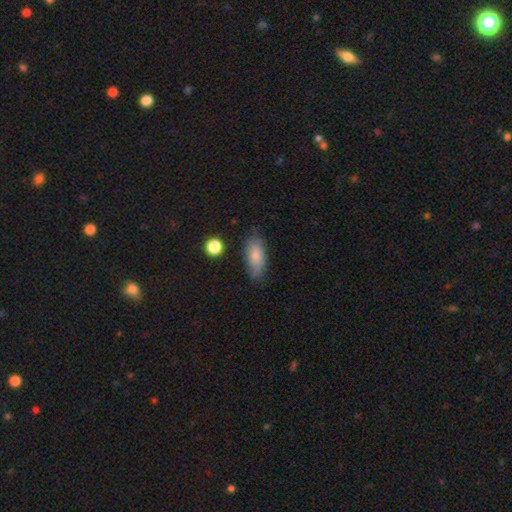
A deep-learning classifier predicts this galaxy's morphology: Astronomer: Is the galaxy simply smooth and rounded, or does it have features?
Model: smooth — 81%.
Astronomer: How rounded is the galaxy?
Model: in between — 85%.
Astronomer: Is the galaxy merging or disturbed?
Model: none — 75%.